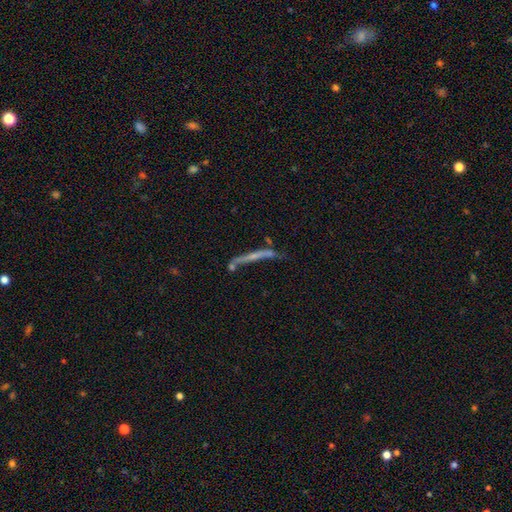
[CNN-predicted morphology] The model was most divided on "smooth or featured": featured or disk: 57%, smooth: 31%, star or artifact: 12%. More confident: edge-on disk — yes (84%); merging — none (52%).